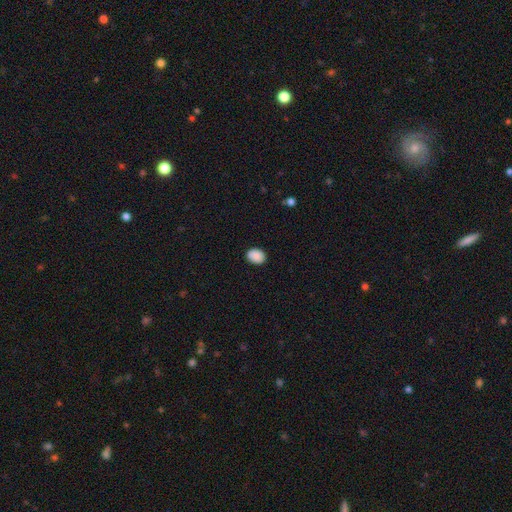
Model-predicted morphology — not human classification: Q: Smooth or featured?
A: smooth (89%); runner-up: star or artifact (8%)
Q: How rounded?
A: in between (65%); runner-up: round (34%)
Q: Merging?
A: none (87%); runner-up: minor disturbance (10%)